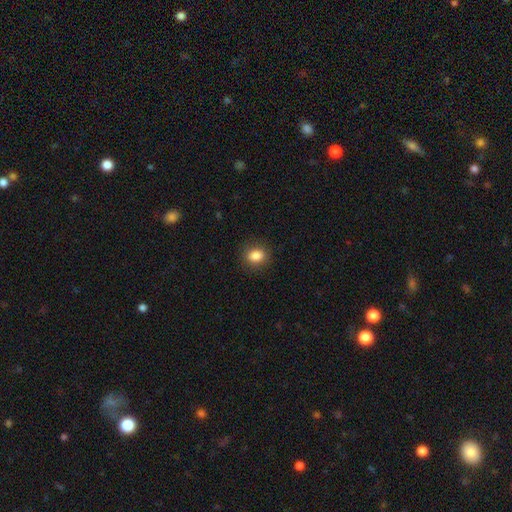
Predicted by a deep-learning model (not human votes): A smooth galaxy with no disk features (85%) that is round (52%).

Vote fractions:
- Smooth or featured? smooth: 85% / star or artifact: 10% / featured or disk: 5%
- How rounded? round: 52% / in between: 47% / cigar-shaped: 1%
- Merging? none: 88% / minor disturbance: 8% / major disturbance: 3% / merger: 1%